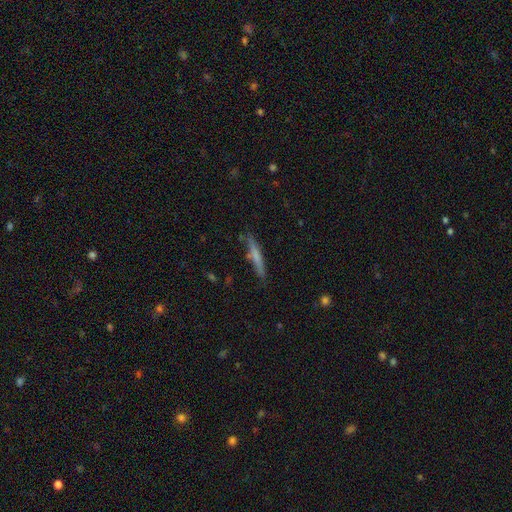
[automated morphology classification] A smooth galaxy with no disk features (59%) that is cigar-shaped (95%). Merging: none (82%).